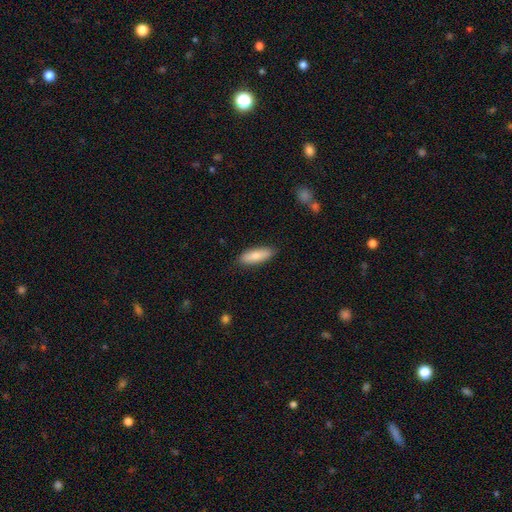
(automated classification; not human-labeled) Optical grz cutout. It shows a smooth galaxy with no disk features (80%) that is in between round and cigar-shaped (57%). Merging: none (85%).